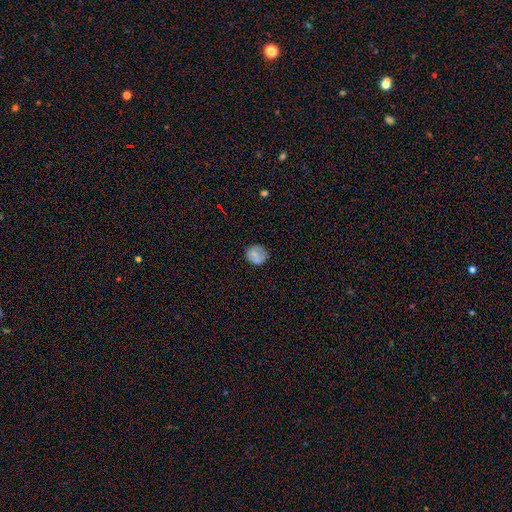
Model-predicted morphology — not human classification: smooth-or-featured: smooth: 76% | featured or disk: 14% | star or artifact: 10%
  how-rounded: round: 86% | in between: 13% | cigar-shaped: 1%
  merging: none: 80% | minor disturbance: 15% | major disturbance: 4% | merger: 1%